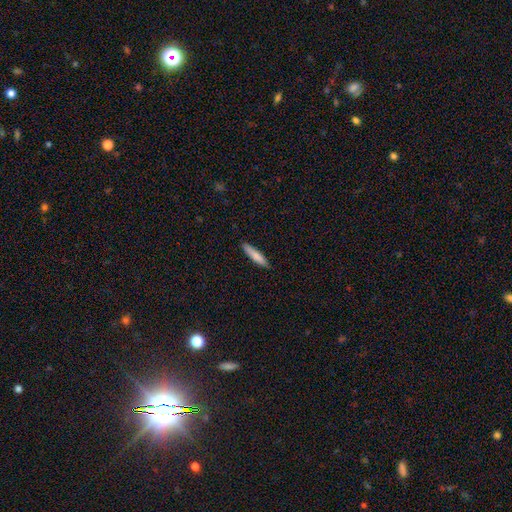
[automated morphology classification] A smooth galaxy with no disk features (80%) that is cigar-shaped (87%).

Vote fractions:
- Smooth or featured? smooth: 80% / featured or disk: 14% / star or artifact: 6%
- How rounded? cigar-shaped: 87% / in between: 11% / round: 1%
- Merging? none: 88% / minor disturbance: 10% / major disturbance: 2% / merger: 1%